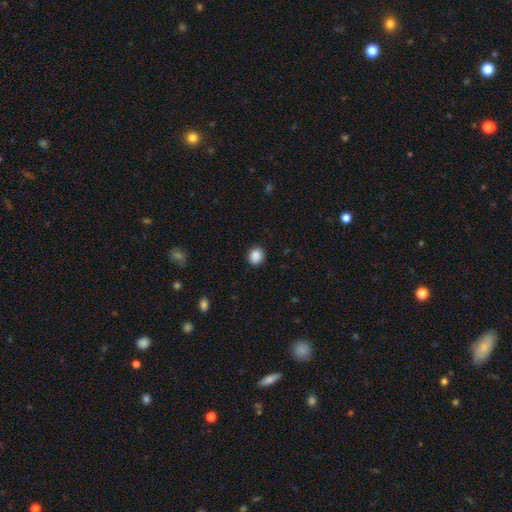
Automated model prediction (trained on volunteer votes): smooth 88%, star or artifact 9%, featured or disk 3%. Down the decision tree: how rounded — round (75%); merging — none (89%).